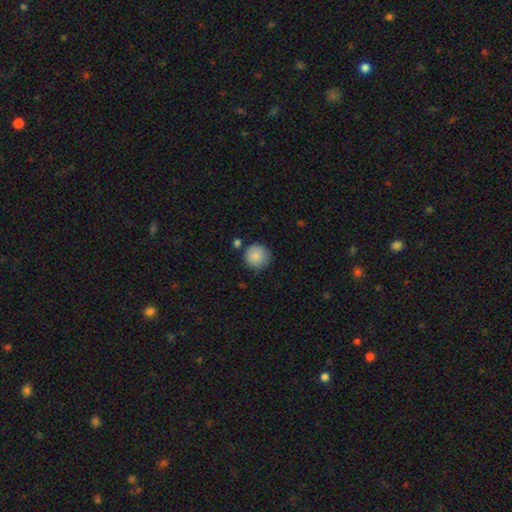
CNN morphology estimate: Smooth or featured? smooth (88%)
How rounded? round (95%)
Merging? none (81%)